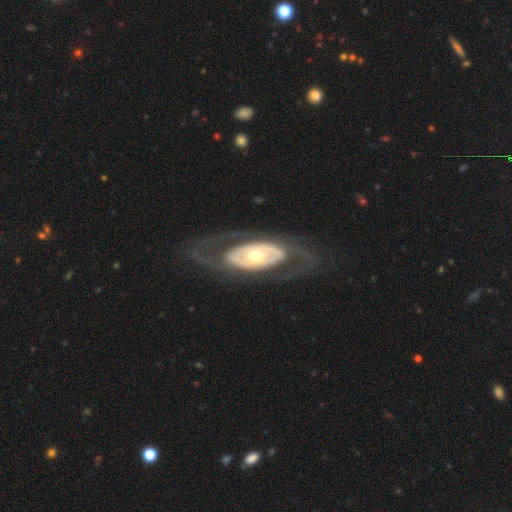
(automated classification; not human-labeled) Smooth or featured? Predicted: featured or disk (p=0.77). Edge-on disk? Predicted: no (p=0.89). Bar? Predicted: no (p=0.76). Spiral arms? Predicted: no (p=0.58). Bulge size? Predicted: moderate (p=0.69). Merging? Predicted: none (p=0.73).